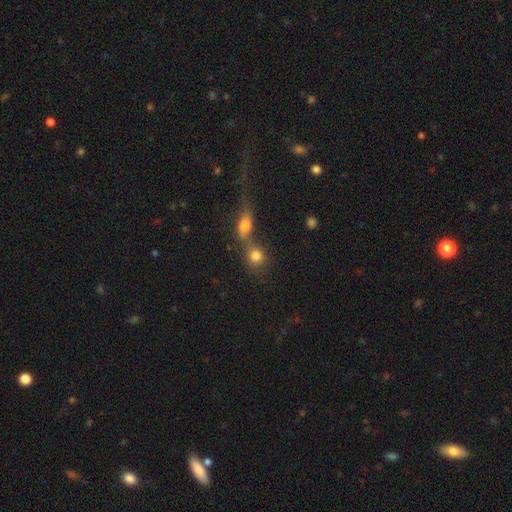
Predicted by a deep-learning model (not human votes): Q: Smooth or featured?
A: smooth (80%); runner-up: star or artifact (11%)
Q: How rounded?
A: round (75%); runner-up: in between (22%)
Q: Merging?
A: merger (54%); runner-up: none (34%)